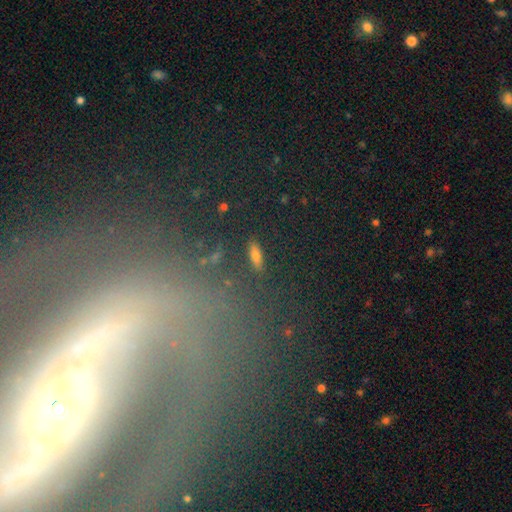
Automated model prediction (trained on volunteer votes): Smooth or featured? smooth (70%)
How rounded? in between (61%)
Merging? none (87%)